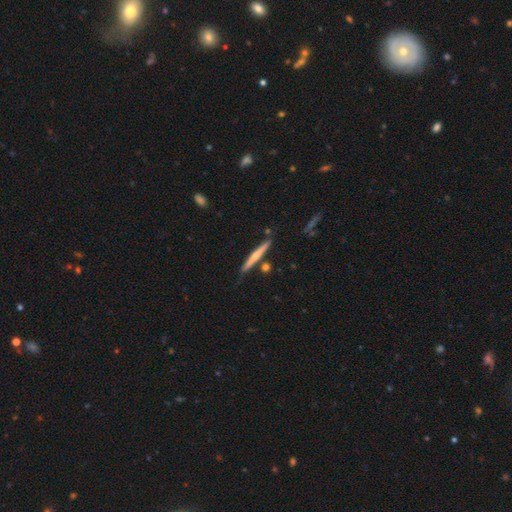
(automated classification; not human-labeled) Smooth or featured? Predicted: featured or disk (p=0.53). Edge-on disk? Predicted: yes (p=0.97). Edge-on bulge? Predicted: rounded (p=0.66). Merging? Predicted: none (p=0.82).